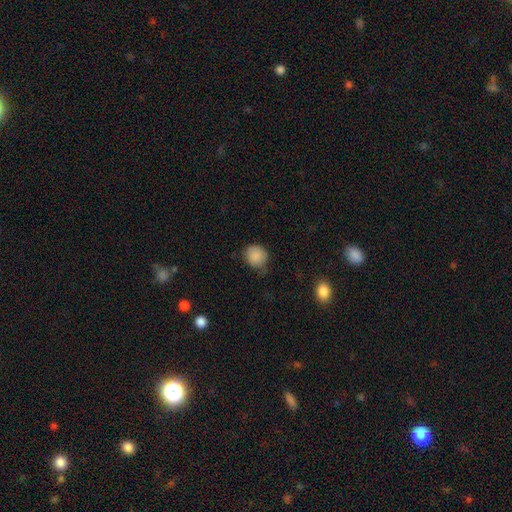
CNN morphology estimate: This is clearly a smooth galaxy (87%). How rounded: clearly round (85%). Merging: likely none (64%).